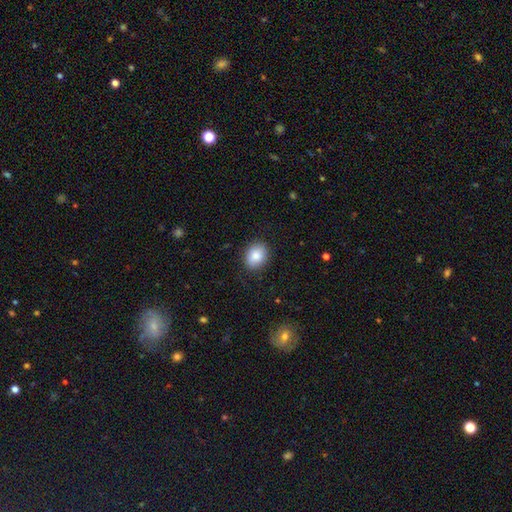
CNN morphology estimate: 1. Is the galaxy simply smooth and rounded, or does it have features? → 85% smooth, 8% star or artifact, 7% featured or disk.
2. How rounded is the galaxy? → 58% in between, 41% round, 1% cigar-shaped.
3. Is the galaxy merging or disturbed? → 86% none, 11% minor disturbance, 3% major disturbance, 1% merger.